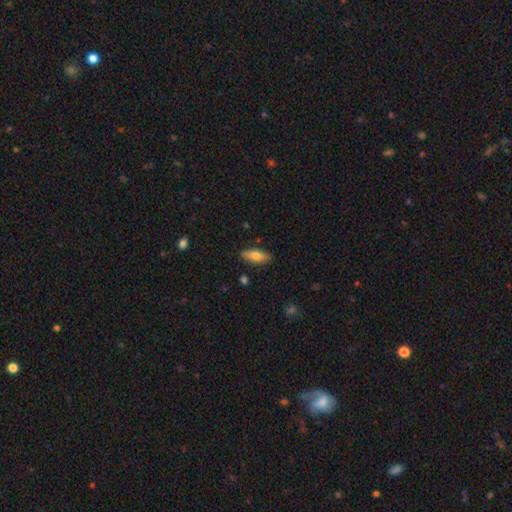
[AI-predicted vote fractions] smooth-or-featured: smooth: 73% | featured or disk: 20% | star or artifact: 6%
  how-rounded: in between: 68% | cigar-shaped: 29% | round: 3%
  merging: none: 85% | minor disturbance: 11% | major disturbance: 2% | merger: 2%